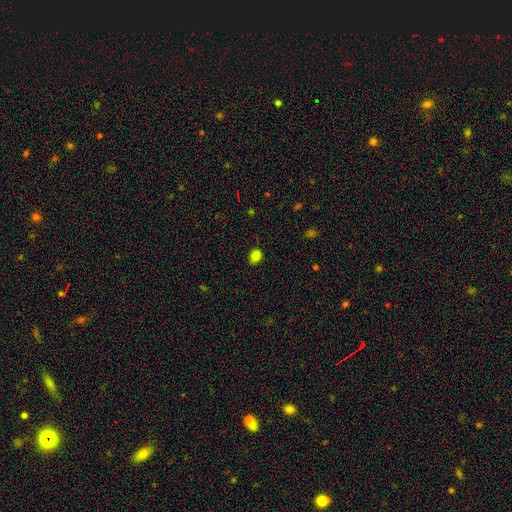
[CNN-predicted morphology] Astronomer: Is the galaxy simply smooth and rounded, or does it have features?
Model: smooth — 83%.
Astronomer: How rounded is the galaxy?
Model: in between — 54% (runner-up: round, 45%).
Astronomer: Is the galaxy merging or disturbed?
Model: none — 85%.